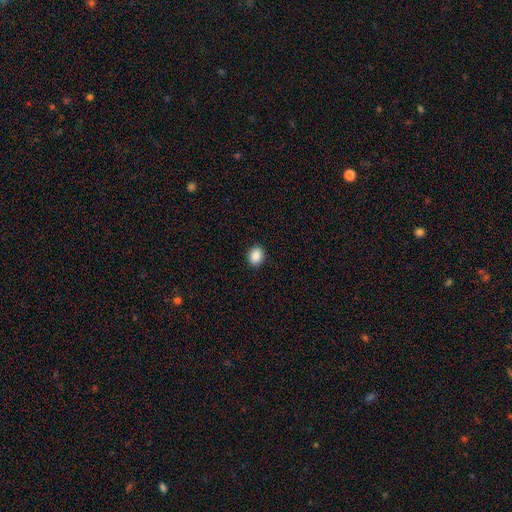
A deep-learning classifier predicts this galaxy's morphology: Smooth or featured? smooth (88%)
How rounded? round (64%)
Merging? none (92%)